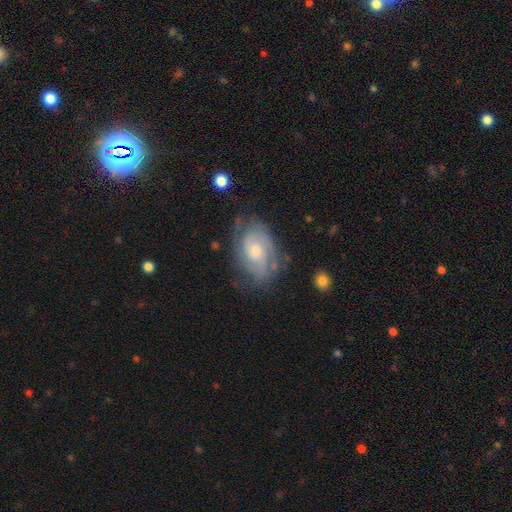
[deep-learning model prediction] smooth-or-featured: featured or disk: 78% | smooth: 16% | star or artifact: 6%
  disk-edge-on: no: 97% | yes: 3%
    bar: no: 67% | weak: 29% | strong: 4%
    has-spiral-arms: yes: 92% | no: 8%
      spiral-winding: tight: 52% | medium: 37% | loose: 11%
      spiral-arm-count: 2: 50% | can't tell: 27% | 3: 12% | 1: 4% | 4: 3% | more than 4: 3%
    bulge-size: moderate: 49% | small: 44% | large: 4% | none: 3% | dominant: 1%
  merging: none: 65% | minor disturbance: 23% | major disturbance: 10% | merger: 2%